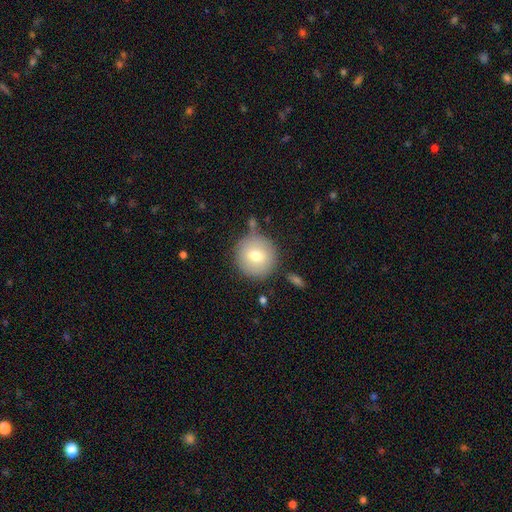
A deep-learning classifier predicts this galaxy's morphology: This is likely a smooth galaxy (73%). How rounded: clearly round (95%). Merging: likely none (79%).